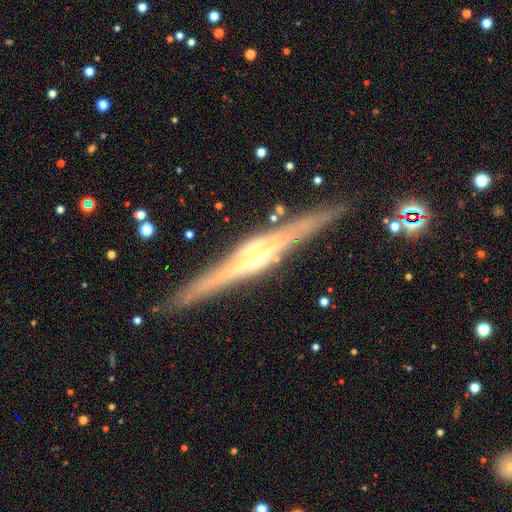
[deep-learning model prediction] Smooth or featured? Predicted: featured or disk (p=0.86). Edge-on disk? Predicted: yes (p=0.98). Edge-on bulge? Predicted: rounded (p=0.68). Merging? Predicted: none (p=0.89).